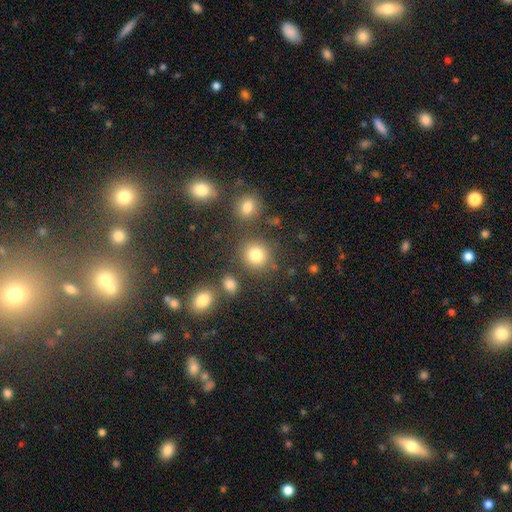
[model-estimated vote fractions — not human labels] Smooth or featured? Predicted: smooth (p=0.64). How rounded? Predicted: round (p=0.90). Merging? Predicted: none (p=0.82).